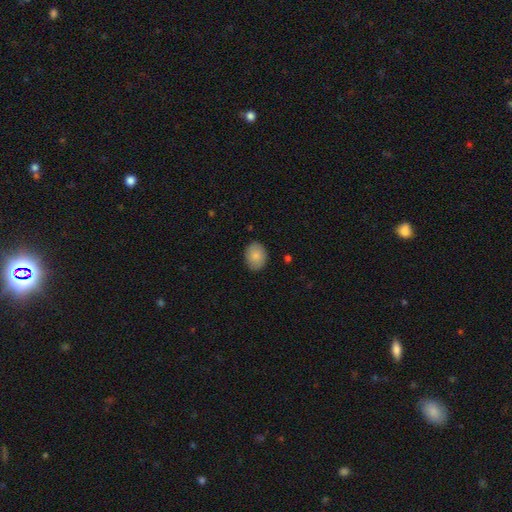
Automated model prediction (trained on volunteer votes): Morphology: type=smooth (85%); roundness=in between (65%); merging=none (86%).